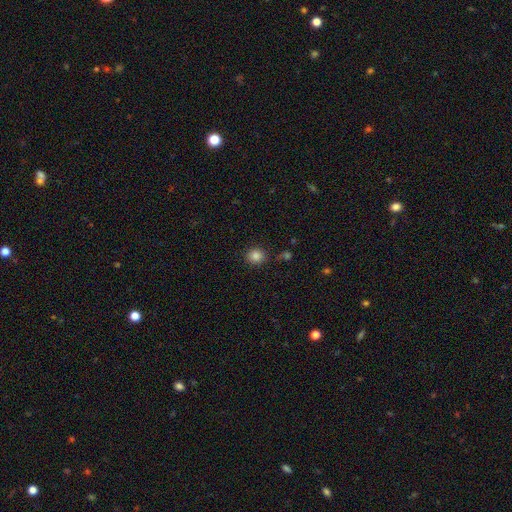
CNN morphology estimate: This is clearly a smooth galaxy (84%). How rounded: clearly round (85%). Merging: clearly none (84%).